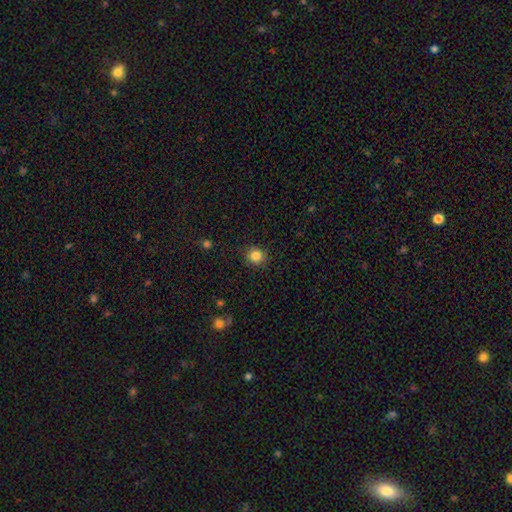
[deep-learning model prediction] Overall: smooth (84%). How rounded: round (88%). Merging: none (87%).